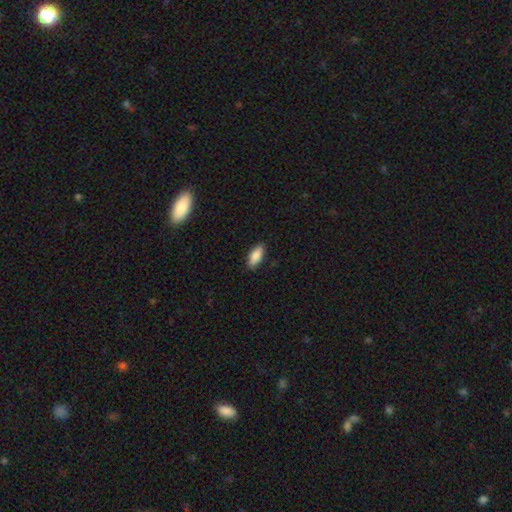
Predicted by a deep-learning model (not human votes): smooth 86%, featured or disk 8%, star or artifact 6%. Down the decision tree: how rounded — in between (81%); merging — none (87%).